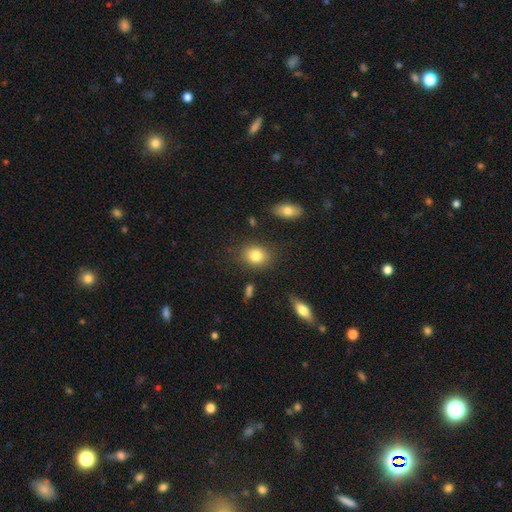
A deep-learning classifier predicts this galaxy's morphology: This is clearly a smooth galaxy (83%). How rounded: possibly round (53%). Merging: clearly none (83%).